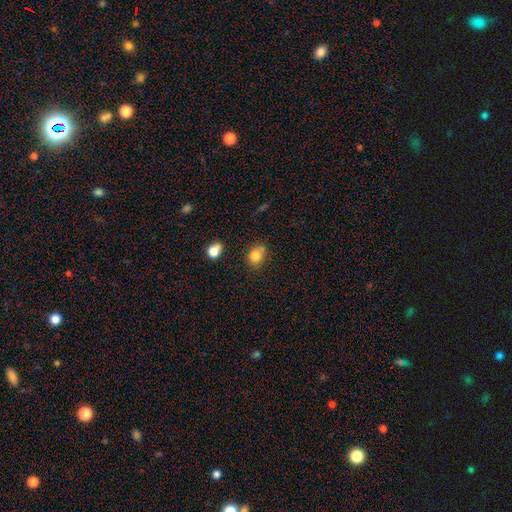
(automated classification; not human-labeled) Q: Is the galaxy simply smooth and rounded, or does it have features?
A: smooth — 81%.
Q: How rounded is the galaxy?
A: in between — 50%.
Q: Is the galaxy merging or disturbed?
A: none — 59%.